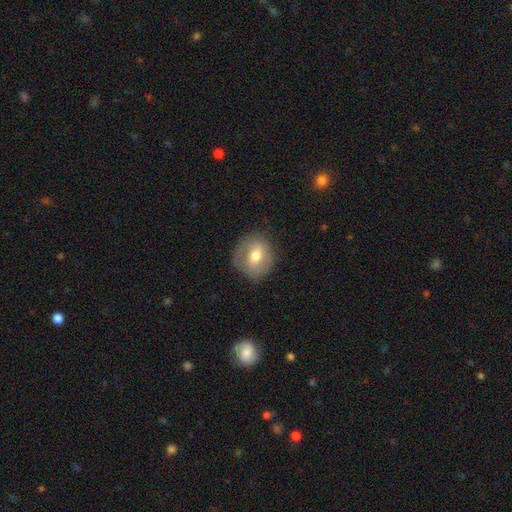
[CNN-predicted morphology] smooth 56%, featured or disk 36%, star or artifact 8%. Down the decision tree: how rounded — round (71%); merging — none (76%).